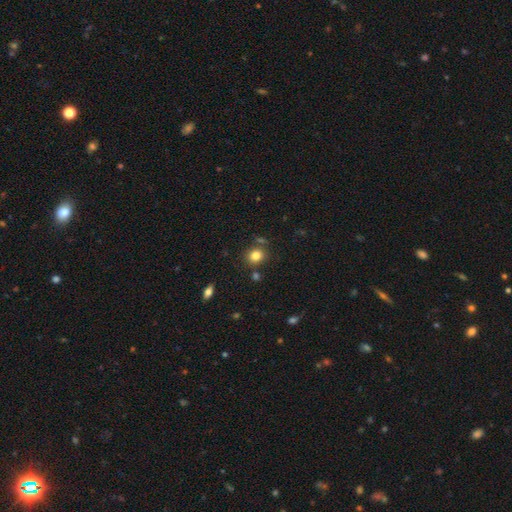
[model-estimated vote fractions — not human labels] smooth_or_featured: smooth (p=0.82) [alt: star or artifact p=0.12]
how_rounded: round (p=0.73) [alt: in between p=0.26]
merging: none (p=0.79) [alt: minor disturbance p=0.10]